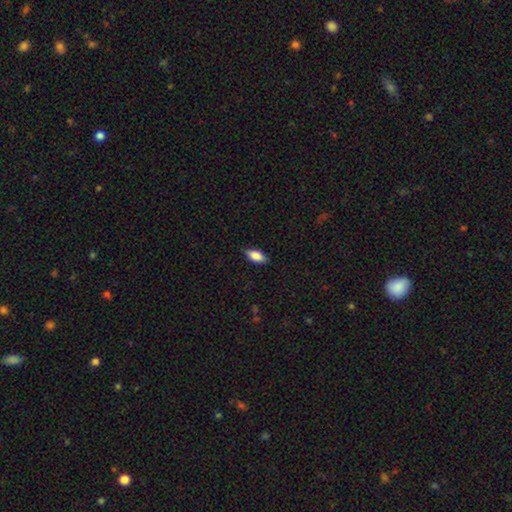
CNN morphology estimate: Smooth or featured: smooth — 86% (featured or disk — 7%)
How rounded: in between — 89% (cigar-shaped — 8%)
Merging: none — 82% (minor disturbance — 15%)